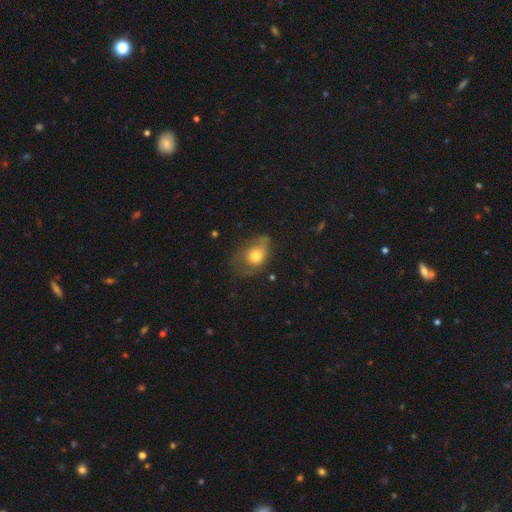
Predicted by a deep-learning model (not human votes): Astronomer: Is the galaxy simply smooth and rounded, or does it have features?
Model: smooth — 65%.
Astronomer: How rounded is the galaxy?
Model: in between — 65%.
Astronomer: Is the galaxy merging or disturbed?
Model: none — 36% (runner-up: minor disturbance, 32%).